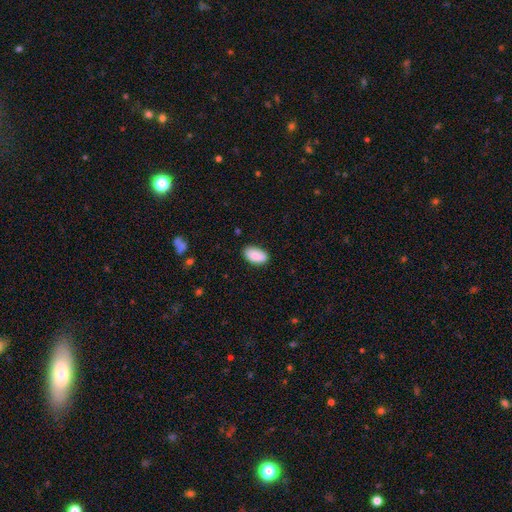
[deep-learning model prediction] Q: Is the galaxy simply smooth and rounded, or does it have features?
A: smooth — 88%.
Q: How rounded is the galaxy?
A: in between — 95%.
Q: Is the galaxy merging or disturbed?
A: none — 84%.